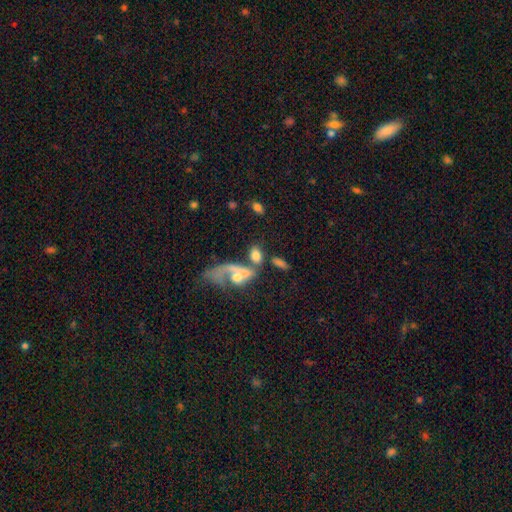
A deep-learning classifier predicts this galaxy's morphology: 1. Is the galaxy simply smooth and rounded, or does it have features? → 62% smooth, 28% featured or disk, 11% star or artifact.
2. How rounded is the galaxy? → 82% in between, 12% round, 6% cigar-shaped.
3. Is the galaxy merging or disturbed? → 49% merger, 25% none, 16% major disturbance, 9% minor disturbance.